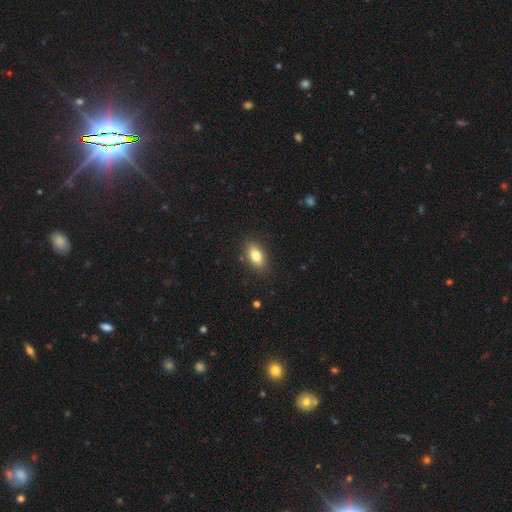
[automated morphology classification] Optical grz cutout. It shows a smooth galaxy with no disk features (80%) that is in between round and cigar-shaped (88%). Merging: none (86%).